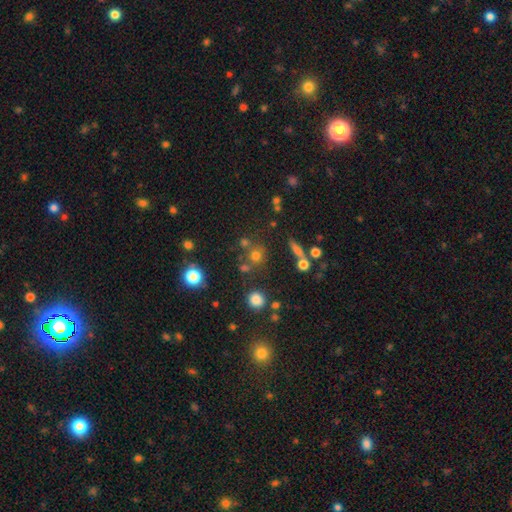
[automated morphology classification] Smooth or featured? Predicted: smooth (p=0.65). How rounded? Predicted: round (p=0.89). Merging? Predicted: none (p=0.67).